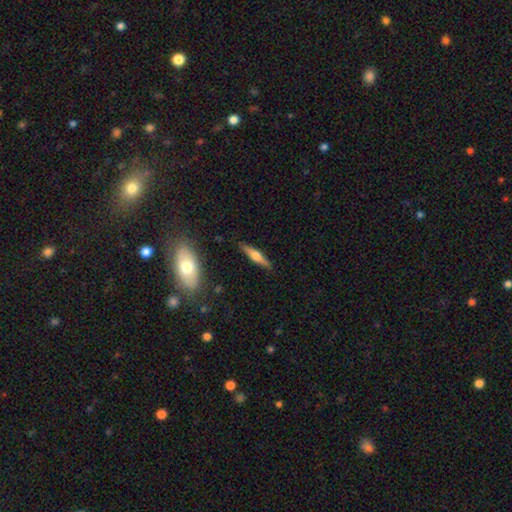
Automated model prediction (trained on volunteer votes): smooth_or_featured: featured or disk (p=0.59) [alt: smooth p=0.35]
disk_edge_on: yes (p=0.96) [alt: no p=0.04]
edge_on_bulge: rounded (p=0.91) [alt: boxy p=0.06]
merging: none (p=0.88) [alt: minor disturbance p=0.08]